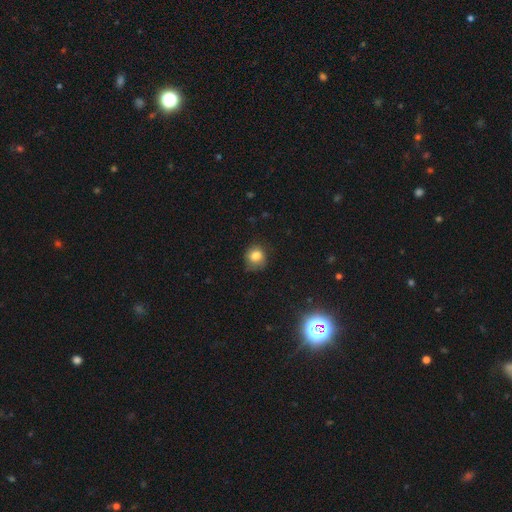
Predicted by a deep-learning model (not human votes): This is clearly a smooth galaxy (81%). How rounded: likely round (79%). Merging: likely none (68%).